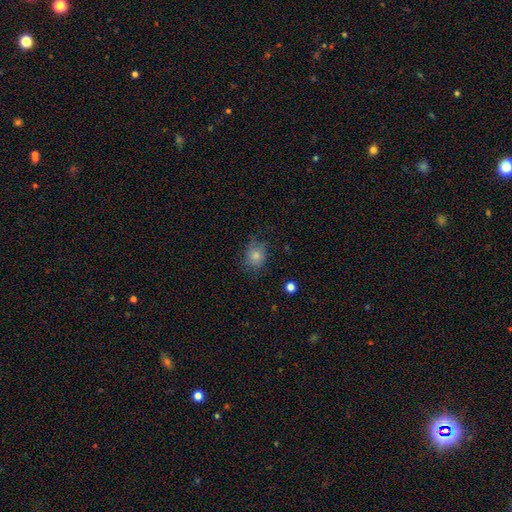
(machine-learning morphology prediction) The model was most divided on "how rounded": round: 65%, in between: 34%, cigar-shaped: 1%. More confident: smooth or featured — smooth (79%); merging — none (66%).